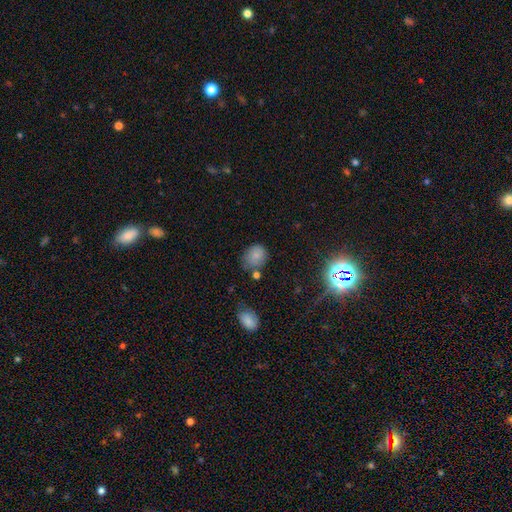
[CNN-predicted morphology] Smooth or featured? smooth (79%)
How rounded? round (59%)
Merging? none (60%)